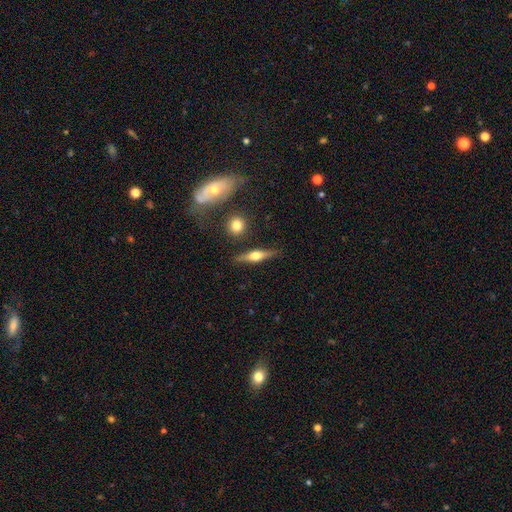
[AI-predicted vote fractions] featured or disk 67%, smooth 27%, star or artifact 6%. Down the decision tree: edge-on disk — yes (95%); edge-on bulge — rounded (94%); merging — none (86%).